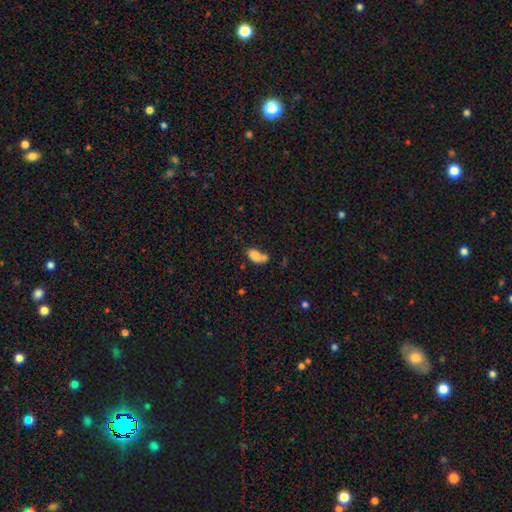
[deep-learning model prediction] Morphology: type=smooth (80%); roundness=in between (88%); merging=merger (44%).